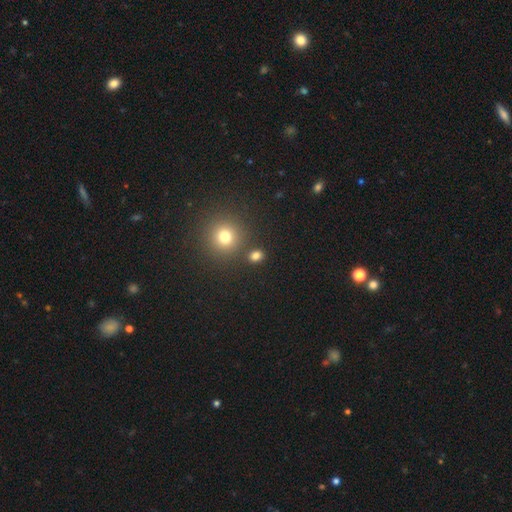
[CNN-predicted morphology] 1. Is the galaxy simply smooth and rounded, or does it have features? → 78% smooth, 17% star or artifact, 5% featured or disk.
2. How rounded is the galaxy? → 60% round, 39% in between, 1% cigar-shaped.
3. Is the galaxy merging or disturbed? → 80% none, 9% merger, 8% minor disturbance, 3% major disturbance.